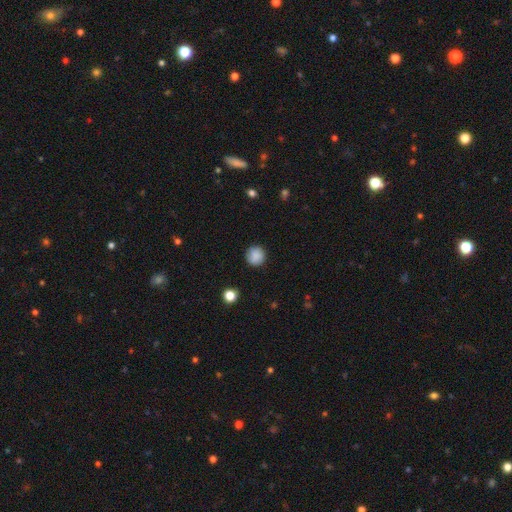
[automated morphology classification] smooth-or-featured: smooth: 87% | star or artifact: 9% | featured or disk: 4%
  how-rounded: round: 94% | in between: 5% | cigar-shaped: 1%
  merging: none: 88% | minor disturbance: 8% | major disturbance: 2% | merger: 1%